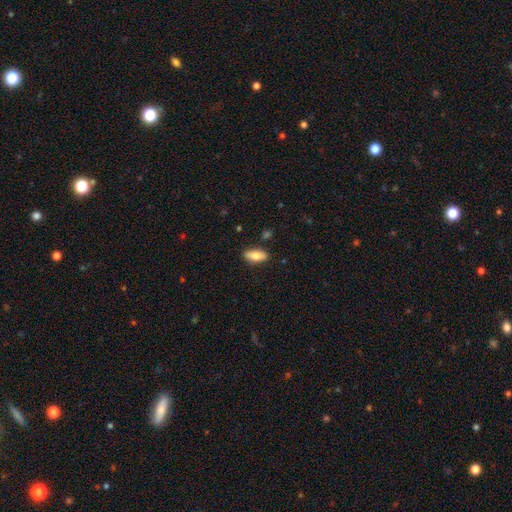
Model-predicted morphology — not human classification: smooth_or_featured: smooth (p=0.74) [alt: featured or disk p=0.20]
how_rounded: in between (p=0.82) [alt: cigar-shaped p=0.15]
merging: none (p=0.85) [alt: minor disturbance p=0.10]